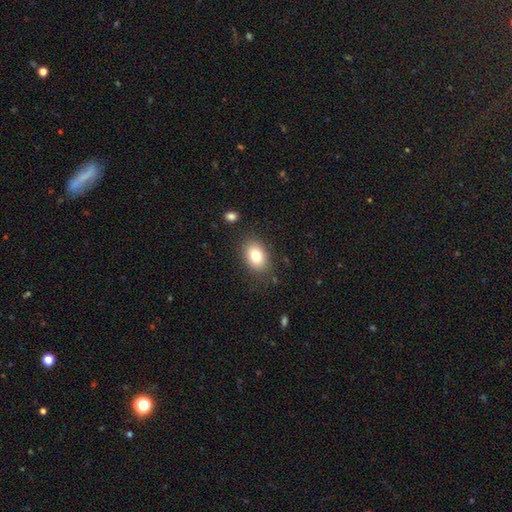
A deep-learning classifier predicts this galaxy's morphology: A smooth galaxy with no disk features (80%) that is in between round and cigar-shaped (78%).

Vote fractions:
- Smooth or featured? smooth: 80% / featured or disk: 11% / star or artifact: 9%
- How rounded? in between: 78% / round: 21% / cigar-shaped: 1%
- Merging? none: 84% / minor disturbance: 11% / major disturbance: 3% / merger: 2%